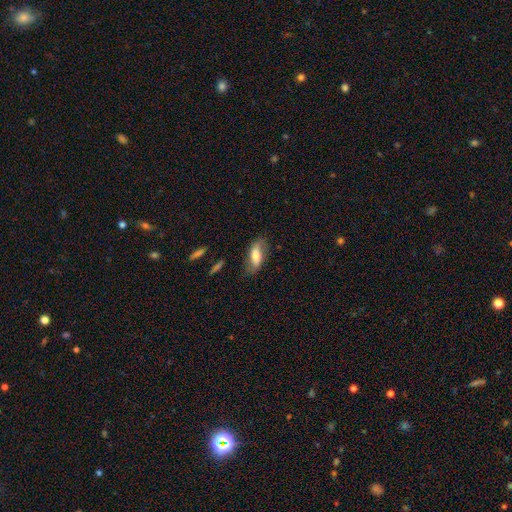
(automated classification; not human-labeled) Overall: smooth (57%; featured or disk 36%). How rounded: in between (79%). Merging: none (67%).